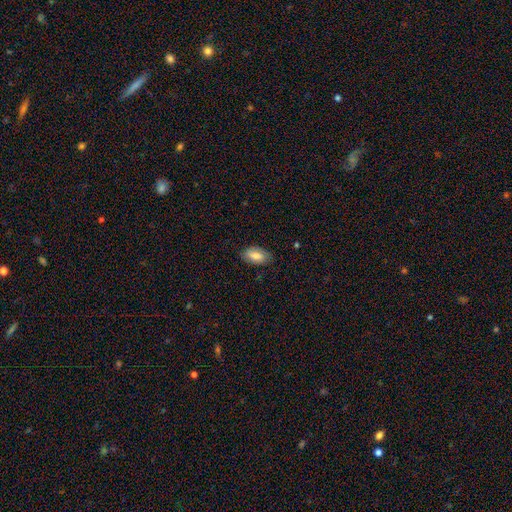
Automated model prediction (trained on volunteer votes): Morphology: type=smooth (78%); roundness=in between (93%); merging=none (81%).